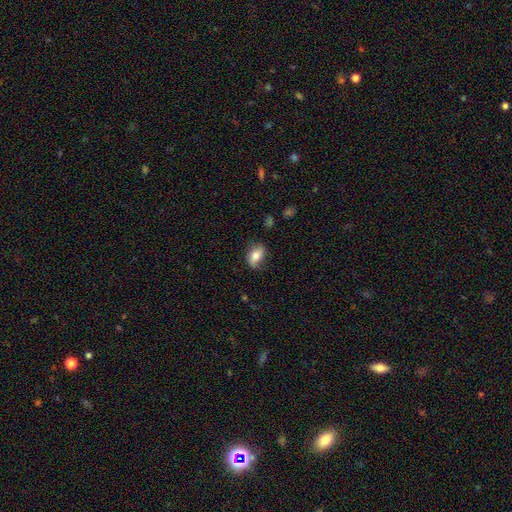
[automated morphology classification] Q: Smooth or featured?
A: smooth (72%); runner-up: featured or disk (20%)
Q: How rounded?
A: in between (84%); runner-up: round (12%)
Q: Merging?
A: none (74%); runner-up: minor disturbance (19%)